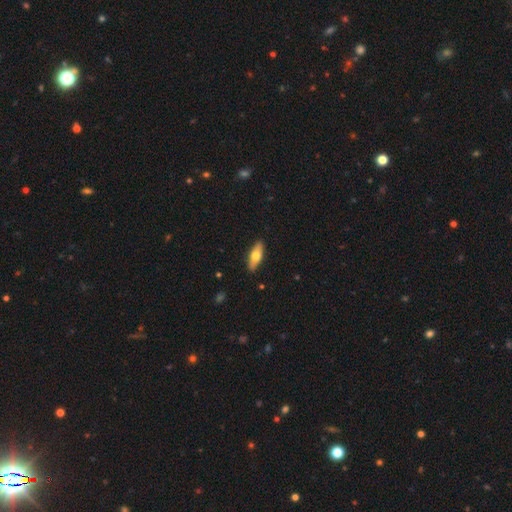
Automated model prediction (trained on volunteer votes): smooth-or-featured: smooth: 63% | featured or disk: 32% | star or artifact: 6%
  how-rounded: in between: 61% | cigar-shaped: 36% | round: 3%
  merging: none: 89% | minor disturbance: 8% | major disturbance: 2% | merger: 1%